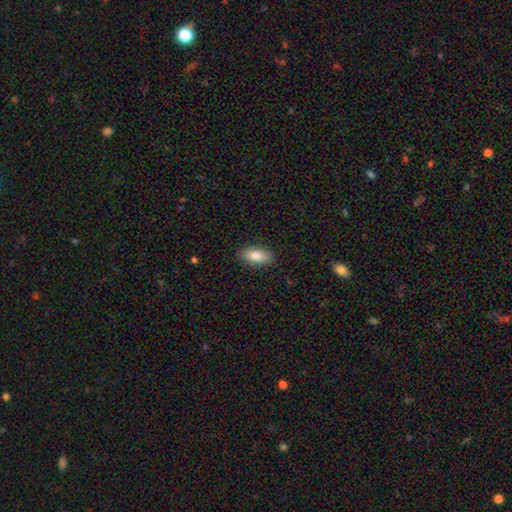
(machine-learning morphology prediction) Overall: smooth (81%). How rounded: in between (78%). Merging: none (88%).